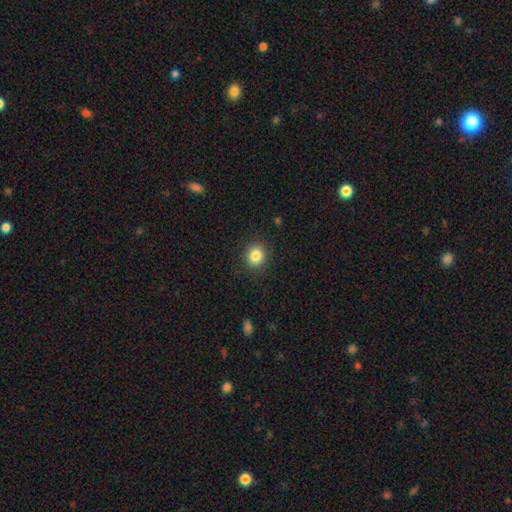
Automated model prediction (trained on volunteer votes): smooth 85%, star or artifact 10%, featured or disk 5%. Down the decision tree: how rounded — round (76%); merging — none (89%).